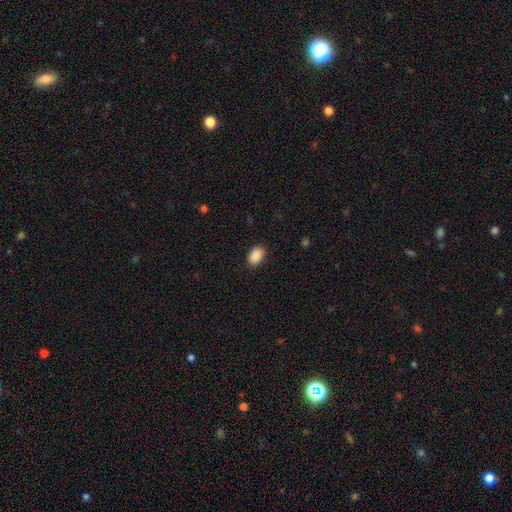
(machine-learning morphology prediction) The model was most divided on "how rounded": in between: 85%, round: 13%, cigar-shaped: 1%. More confident: smooth or featured — smooth (90%); merging — none (87%).